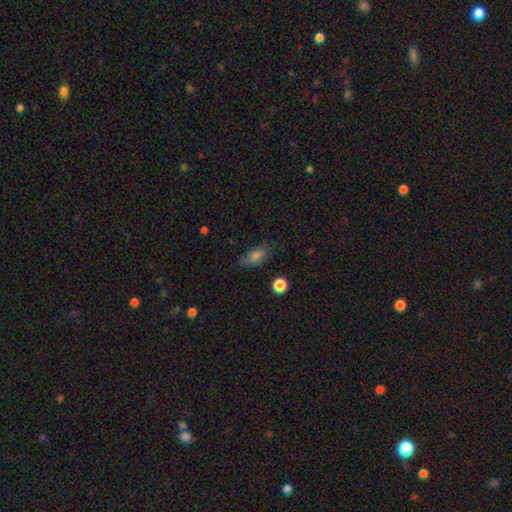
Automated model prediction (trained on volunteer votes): smooth-or-featured: smooth: 76% | star or artifact: 12% | featured or disk: 12%
  how-rounded: in between: 78% | cigar-shaped: 16% | round: 7%
  merging: none: 77% | minor disturbance: 17% | major disturbance: 4% | merger: 2%